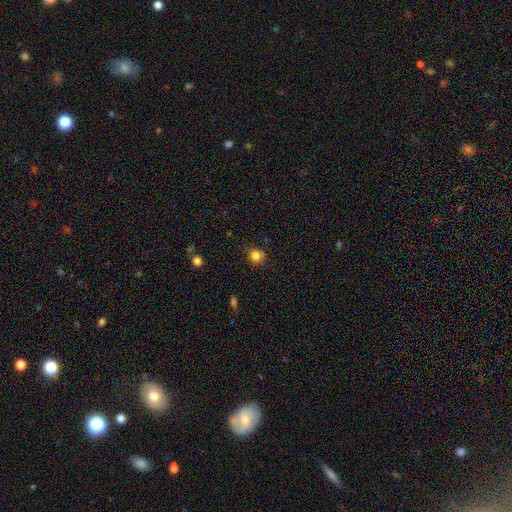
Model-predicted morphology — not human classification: Smooth or featured: smooth — 83% (star or artifact — 12%)
How rounded: round — 84% (in between — 15%)
Merging: none — 80% (minor disturbance — 14%)